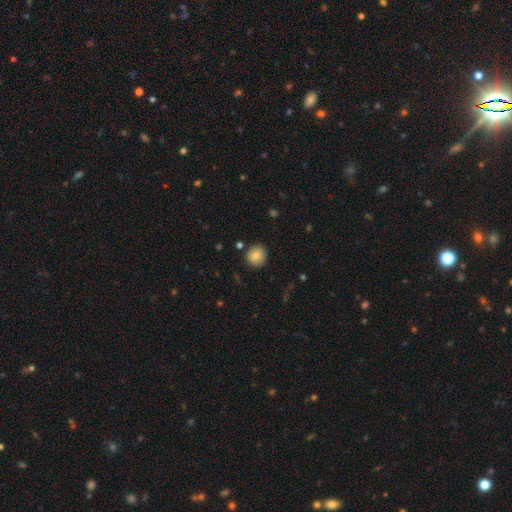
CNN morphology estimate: Q: Smooth or featured?
A: smooth (83%); runner-up: star or artifact (9%)
Q: How rounded?
A: round (90%); runner-up: in between (9%)
Q: Merging?
A: none (86%); runner-up: minor disturbance (10%)